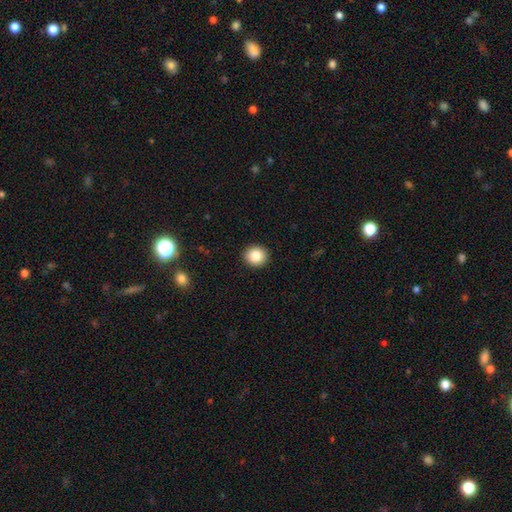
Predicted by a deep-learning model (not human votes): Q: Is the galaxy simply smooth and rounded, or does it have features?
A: smooth — 86%.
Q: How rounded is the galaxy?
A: round — 87%.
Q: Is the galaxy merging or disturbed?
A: none — 92%.